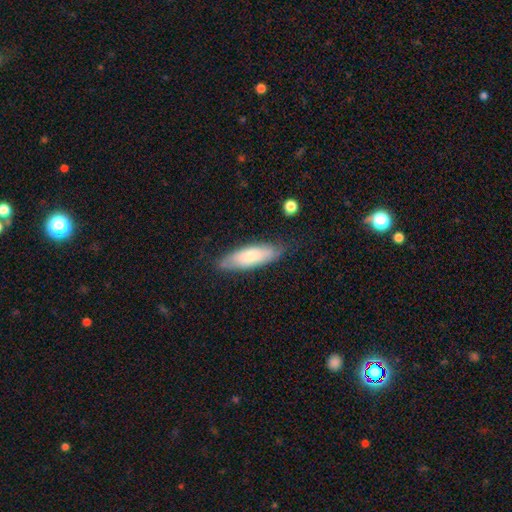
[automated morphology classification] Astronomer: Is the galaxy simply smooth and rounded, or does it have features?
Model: smooth — 66%.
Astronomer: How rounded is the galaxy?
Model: cigar-shaped — 50% (runner-up: in between, 48%).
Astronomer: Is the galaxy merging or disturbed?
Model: none — 78%.